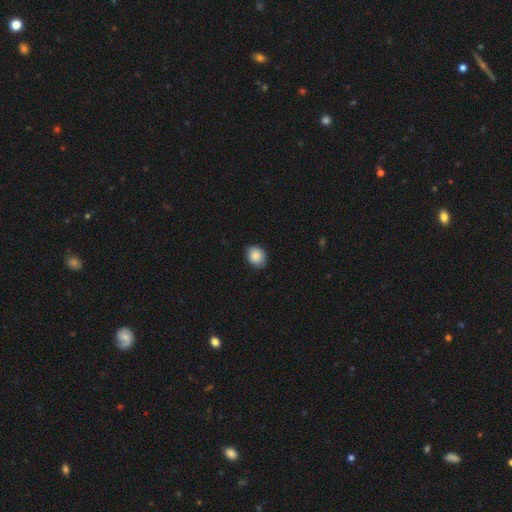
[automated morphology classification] A smooth galaxy with no disk features (88%) that is in between round and cigar-shaped (57%).

Vote fractions:
- Smooth or featured? smooth: 88% / star or artifact: 7% / featured or disk: 5%
- How rounded? in between: 57% / round: 42% / cigar-shaped: 1%
- Merging? none: 80% / minor disturbance: 17% / major disturbance: 2% / merger: 1%